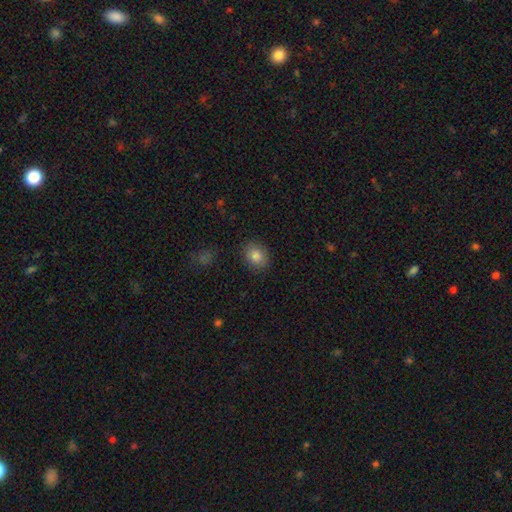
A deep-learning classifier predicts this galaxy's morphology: smooth-or-featured: smooth: 84% | star or artifact: 9% | featured or disk: 7%
  how-rounded: round: 53% | in between: 46% | cigar-shaped: 1%
  merging: none: 87% | minor disturbance: 9% | major disturbance: 3% | merger: 1%